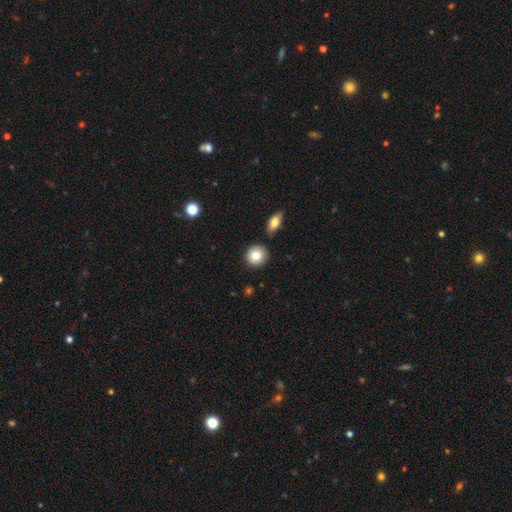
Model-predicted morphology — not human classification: Overall: smooth (84%). How rounded: round (87%). Merging: none (85%).